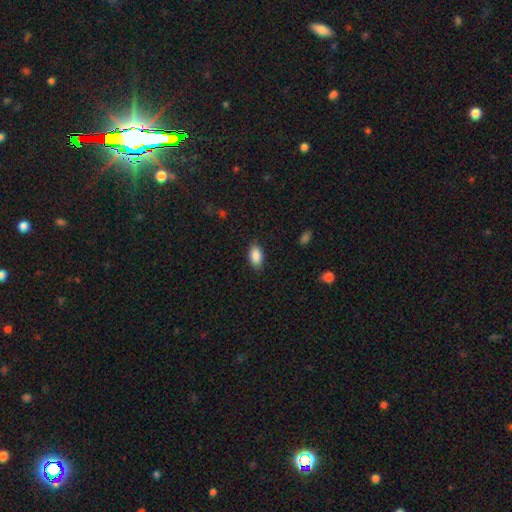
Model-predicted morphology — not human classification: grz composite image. It shows a smooth galaxy with no disk features (89%) that is in between round and cigar-shaped (92%). Merging: none (86%).